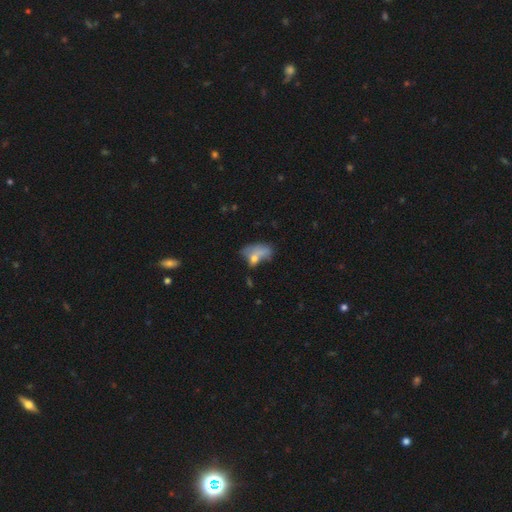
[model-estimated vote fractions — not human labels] Overall: smooth (64%). How rounded: in between (81%). Merging: merger (31%; major disturbance 26%).